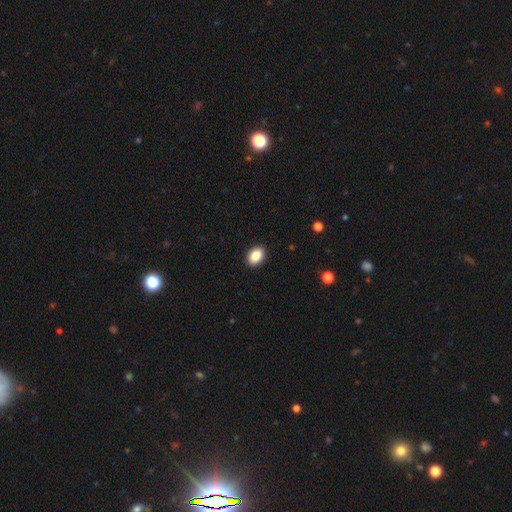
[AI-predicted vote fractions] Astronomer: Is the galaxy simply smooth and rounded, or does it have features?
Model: smooth — 87%.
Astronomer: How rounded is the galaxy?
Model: in between — 80%.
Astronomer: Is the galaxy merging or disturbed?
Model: none — 91%.